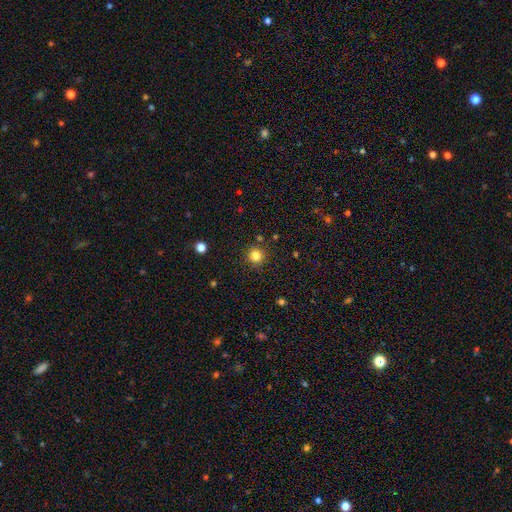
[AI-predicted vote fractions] A smooth galaxy with no disk features (82%) that is round (95%).

Vote fractions:
- Smooth or featured? smooth: 82% / star or artifact: 13% / featured or disk: 5%
- How rounded? round: 95% / in between: 4% / cigar-shaped: 1%
- Merging? none: 89% / minor disturbance: 6% / merger: 2% / major disturbance: 2%